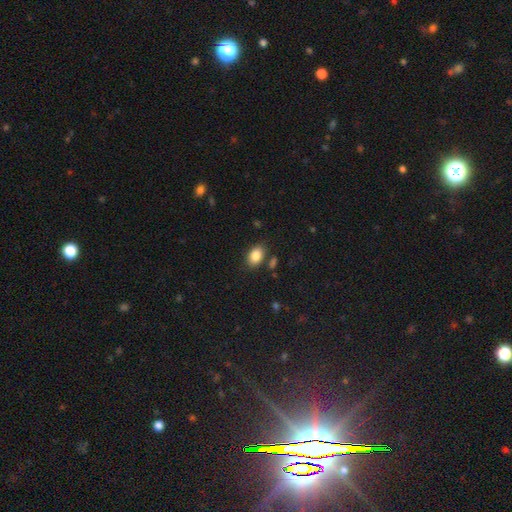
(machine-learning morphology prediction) Q: Smooth or featured?
A: smooth (86%); runner-up: star or artifact (8%)
Q: How rounded?
A: in between (84%); runner-up: round (15%)
Q: Merging?
A: none (81%); runner-up: minor disturbance (11%)